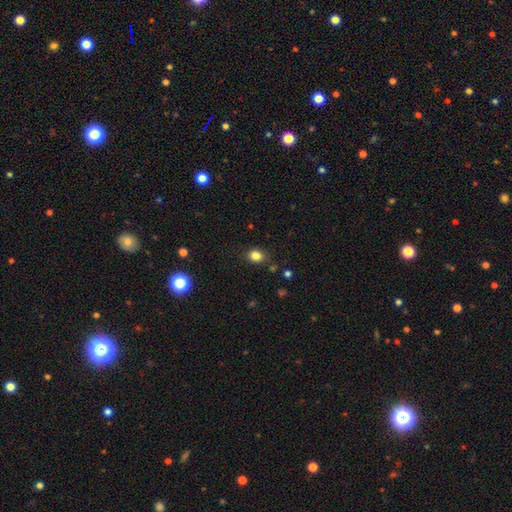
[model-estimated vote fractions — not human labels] Morphology: type=smooth (83%); roundness=round (64%); merging=none (83%).